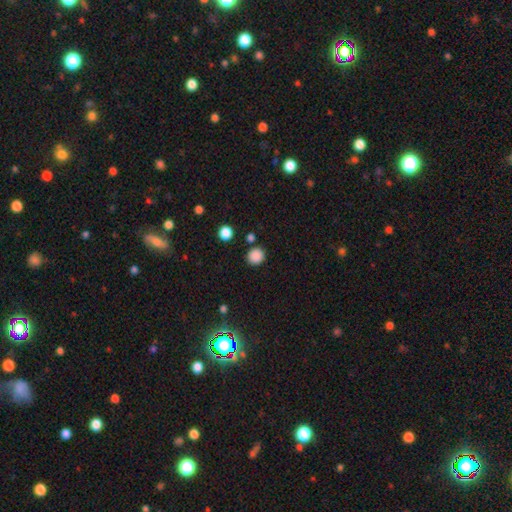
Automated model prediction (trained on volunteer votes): Smooth or featured: smooth — 86% (star or artifact — 11%)
How rounded: round — 87% (in between — 12%)
Merging: none — 85% (minor disturbance — 8%)